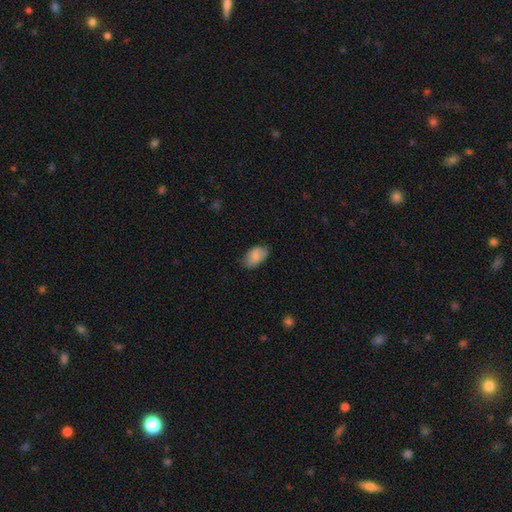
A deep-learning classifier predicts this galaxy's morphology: Smooth or featured?
  - smooth: 84% *
  - featured or disk: 9%
  - star or artifact: 7%
How rounded?
  - in between: 91% *
  - round: 7%
  - cigar-shaped: 2%
Merging?
  - none: 71% *
  - minor disturbance: 23%
  - major disturbance: 4%
  - merger: 1%